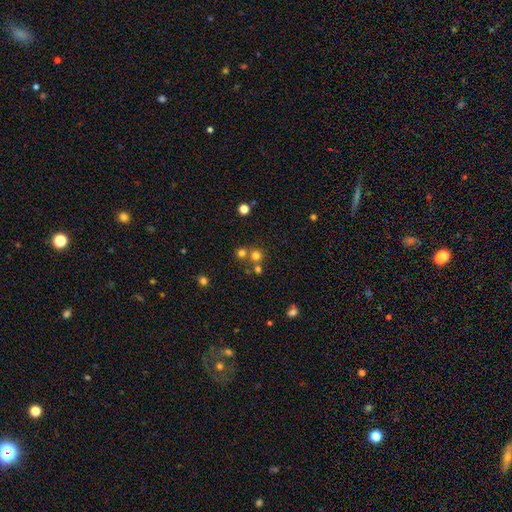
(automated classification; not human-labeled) Overall: smooth (69%). How rounded: round (92%). Merging: none (63%; merger 29%).